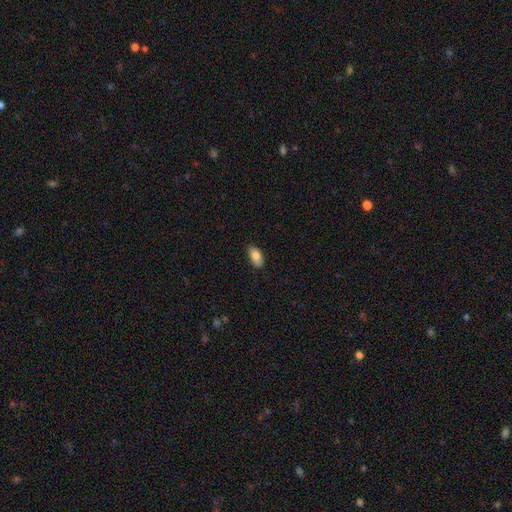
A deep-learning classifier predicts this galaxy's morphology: smooth 82%, featured or disk 11%, star or artifact 7%. Down the decision tree: how rounded — in between (91%); merging — none (85%).